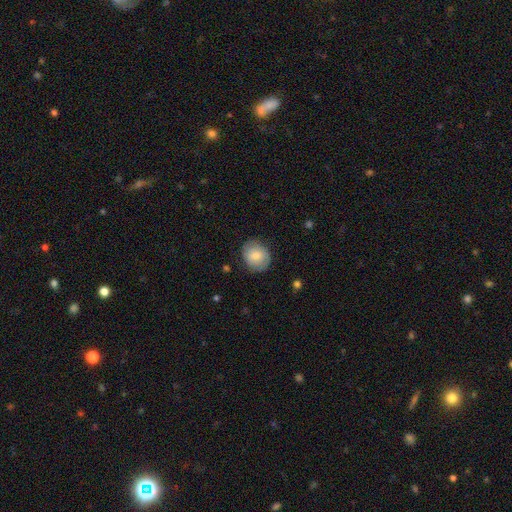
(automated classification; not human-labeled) The model was most divided on "smooth or featured": smooth: 64%, featured or disk: 29%, star or artifact: 7%. More confident: merging — none (81%); how rounded — round (71%).